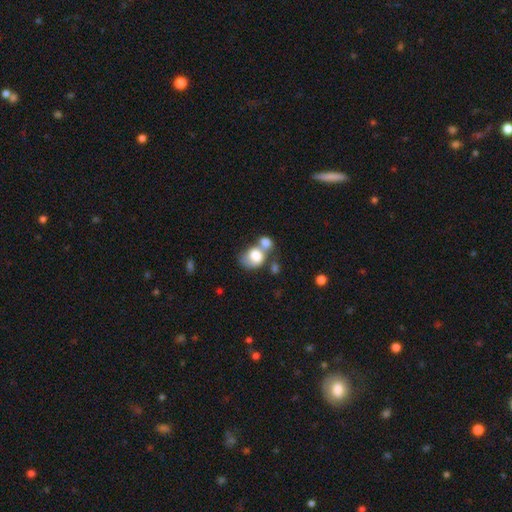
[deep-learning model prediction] This is likely a smooth galaxy (74%). How rounded: possibly in between (58%). Merging: likely merger (64%).